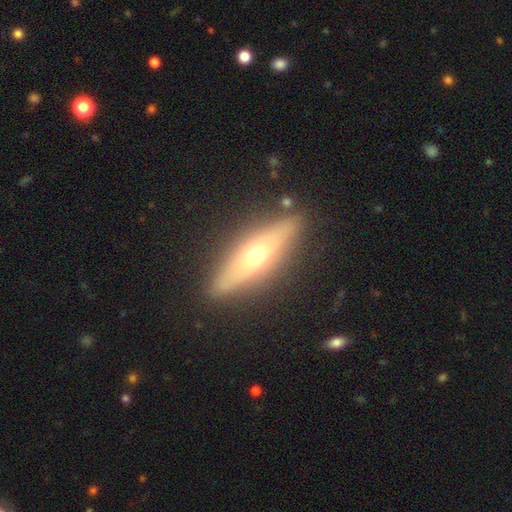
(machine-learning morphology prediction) smooth_or_featured: featured or disk (p=0.56) [alt: smooth p=0.36]
disk_edge_on: yes (p=0.81) [alt: no p=0.19]
merging: none (p=0.86) [alt: minor disturbance p=0.10]